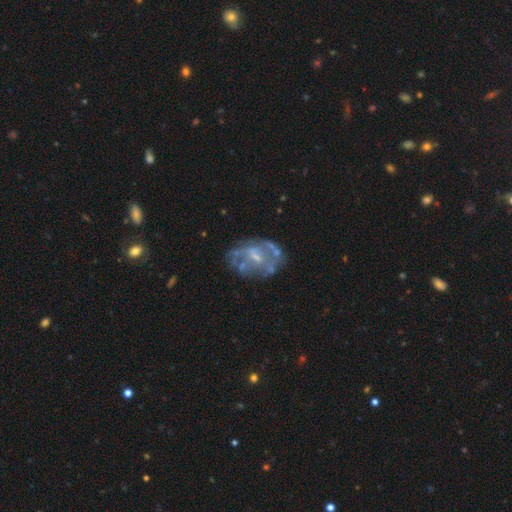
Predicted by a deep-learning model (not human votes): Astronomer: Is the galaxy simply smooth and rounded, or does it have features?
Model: featured or disk — 76%.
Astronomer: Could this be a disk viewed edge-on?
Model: no — 97%.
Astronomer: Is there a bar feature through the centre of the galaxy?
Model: no — 50% (runner-up: weak, 39%).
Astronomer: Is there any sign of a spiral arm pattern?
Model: no — 53% (runner-up: yes, 47%).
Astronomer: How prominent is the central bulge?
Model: small — 50% (runner-up: moderate, 29%).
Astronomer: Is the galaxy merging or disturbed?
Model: none — 53%.